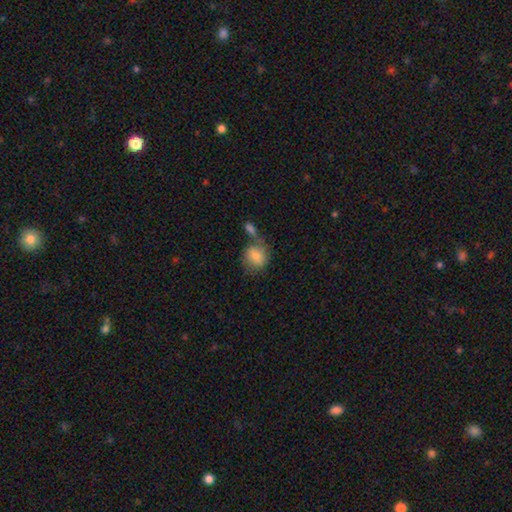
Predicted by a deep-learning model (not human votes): Smooth or featured? Predicted: smooth (p=0.79). How rounded? Predicted: round (p=0.69). Merging? Predicted: none (p=0.42).